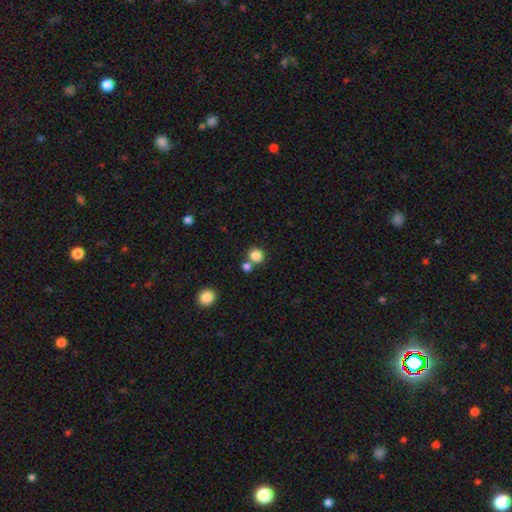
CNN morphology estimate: Smooth or featured?
  - smooth: 84% *
  - star or artifact: 11%
  - featured or disk: 5%
How rounded?
  - round: 90% *
  - in between: 9%
  - cigar-shaped: 1%
Merging?
  - none: 67% *
  - merger: 23%
  - minor disturbance: 7%
  - major disturbance: 3%